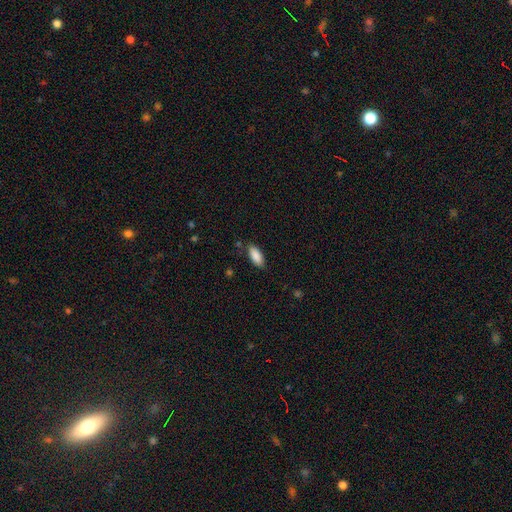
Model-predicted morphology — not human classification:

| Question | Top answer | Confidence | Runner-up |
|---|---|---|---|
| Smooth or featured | smooth | 89% | star or artifact (6%) |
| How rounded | in between | 85% | cigar-shaped (13%) |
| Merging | none | 83% | minor disturbance (13%) |